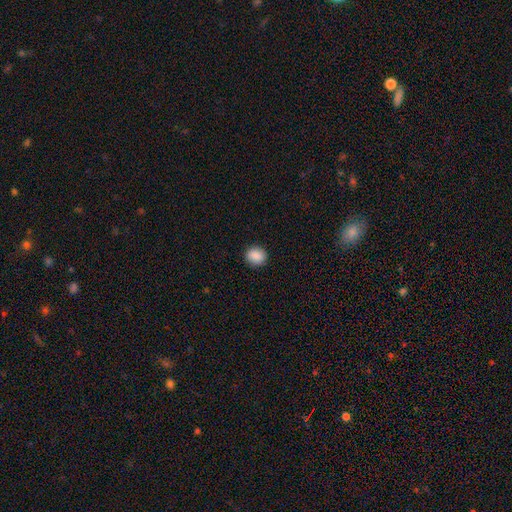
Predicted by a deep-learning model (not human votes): This appears to be a smooth galaxy with no disk features (89%) that is round (75%). Merging: none (90%).